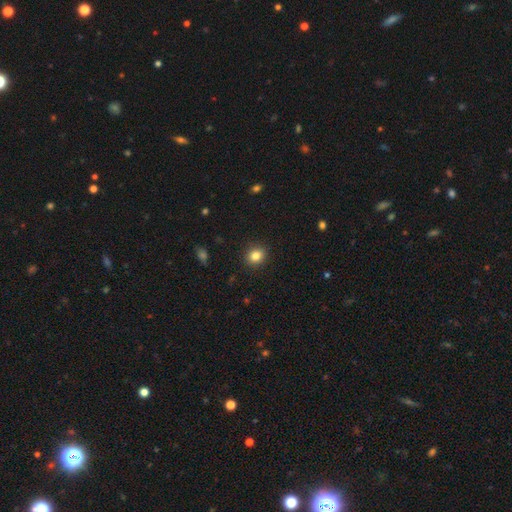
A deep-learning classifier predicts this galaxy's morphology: Smooth or featured? smooth (83%)
How rounded? round (72%)
Merging? none (91%)